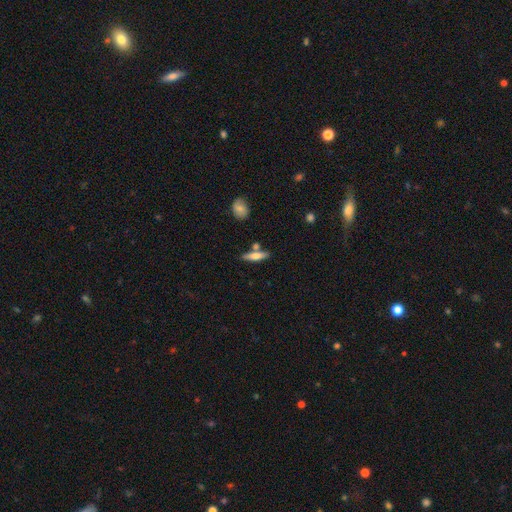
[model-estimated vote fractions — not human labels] This is possibly a smooth galaxy (60%). How rounded: likely cigar-shaped (74%). Merging: likely none (72%).